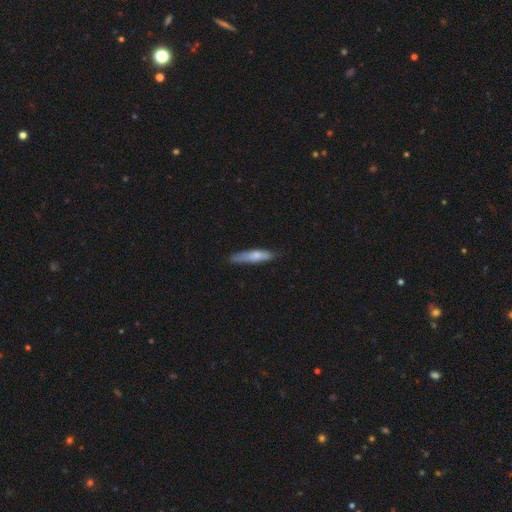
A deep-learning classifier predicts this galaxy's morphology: Q: Smooth or featured?
A: smooth (70%); runner-up: featured or disk (24%)
Q: How rounded?
A: cigar-shaped (80%); runner-up: in between (18%)
Q: Merging?
A: none (75%); runner-up: minor disturbance (20%)